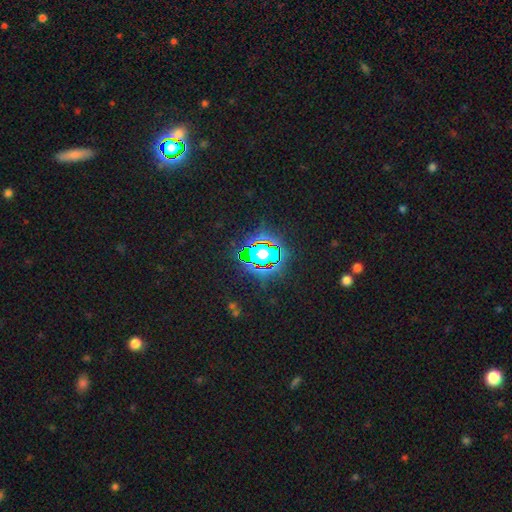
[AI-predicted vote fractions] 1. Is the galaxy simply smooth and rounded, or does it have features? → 82% star or artifact, 11% smooth, 7% featured or disk.